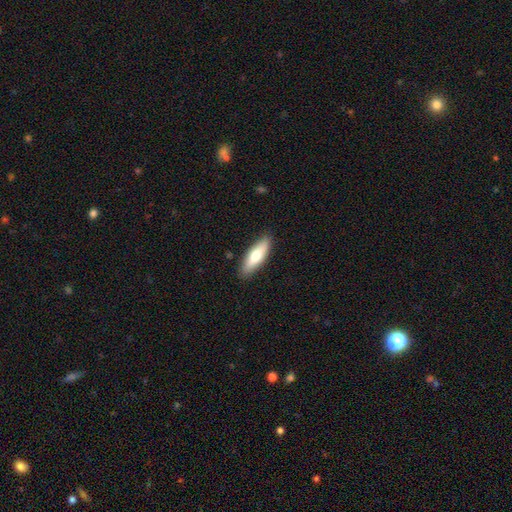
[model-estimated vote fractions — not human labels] Smooth or featured? smooth (70%)
How rounded? in between (51%)
Merging? none (88%)